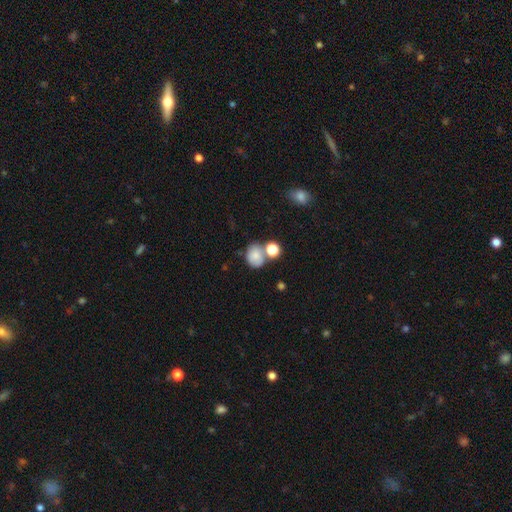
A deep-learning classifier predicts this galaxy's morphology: smooth-or-featured: smooth: 76% | featured or disk: 13% | star or artifact: 11%
  how-rounded: round: 58% | in between: 41% | cigar-shaped: 1%
  merging: none: 47% | merger: 31% | minor disturbance: 16% | major disturbance: 6%